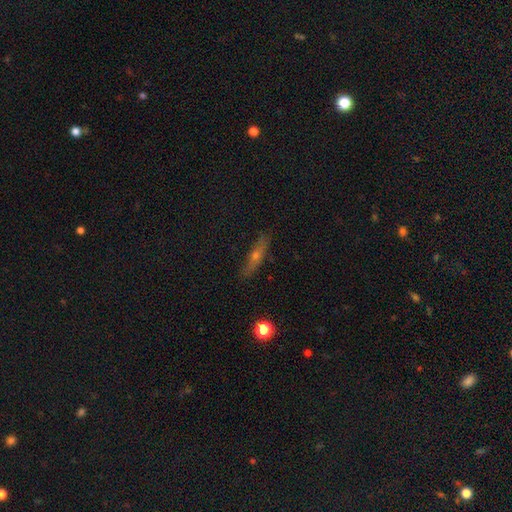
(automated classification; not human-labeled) A featured or disk galaxy (52%) viewed edge-on (81%). Merging: none (84%).